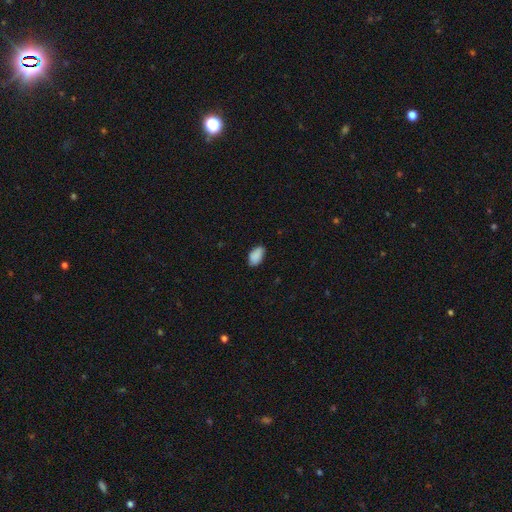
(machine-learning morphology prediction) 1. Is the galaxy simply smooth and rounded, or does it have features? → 88% smooth, 7% star or artifact, 4% featured or disk.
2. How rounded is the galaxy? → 93% in between, 5% round, 2% cigar-shaped.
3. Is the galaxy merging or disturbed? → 77% none, 19% minor disturbance, 3% major disturbance, 1% merger.